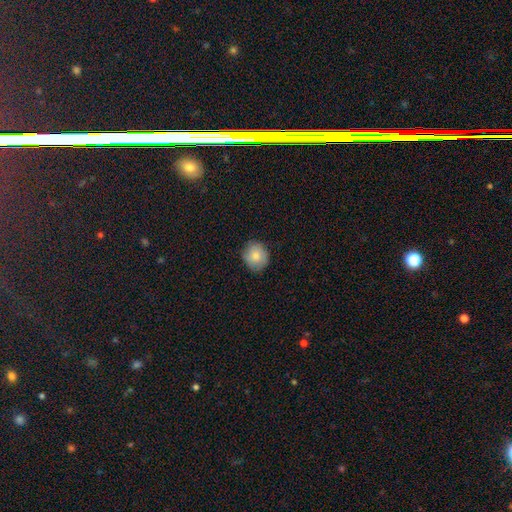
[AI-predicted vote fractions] A smooth galaxy with no disk features (80%) that is round (85%). Merging: none (83%).